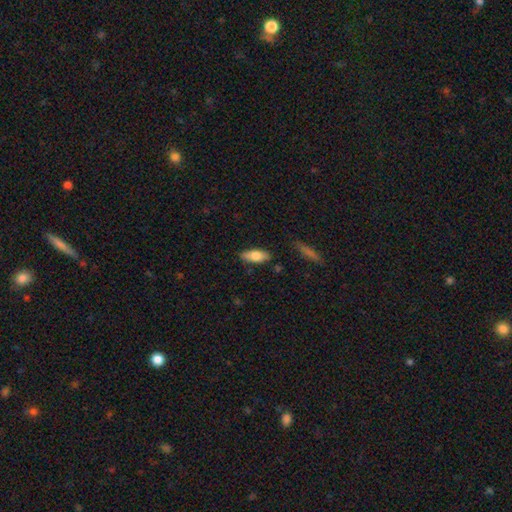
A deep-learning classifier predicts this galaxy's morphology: smooth 73%, featured or disk 21%, star or artifact 7%. Down the decision tree: how rounded — in between (76%); merging — none (83%).